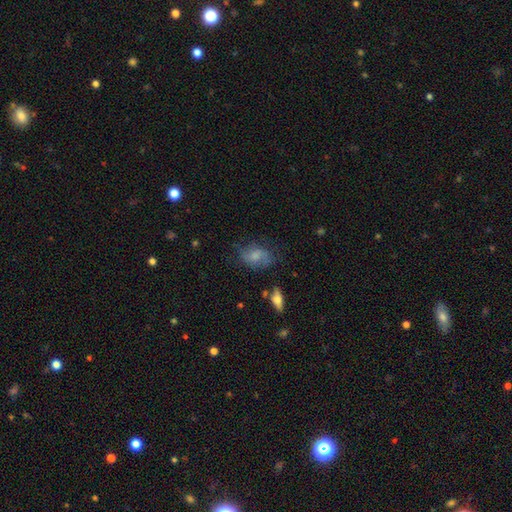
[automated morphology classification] smooth-or-featured: smooth: 60% | featured or disk: 30% | star or artifact: 10%
  how-rounded: in between: 80% | round: 18% | cigar-shaped: 2%
  merging: none: 59% | minor disturbance: 27% | major disturbance: 12% | merger: 3%